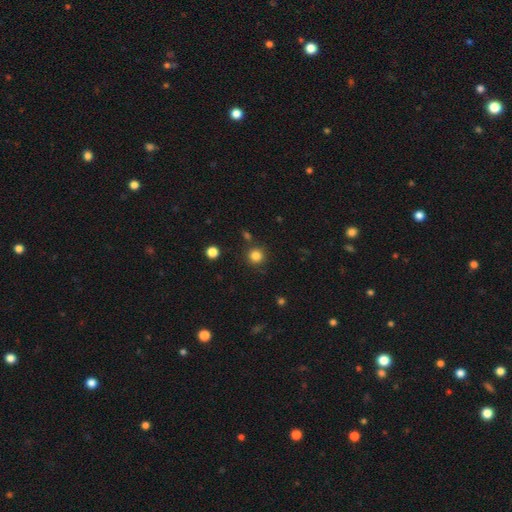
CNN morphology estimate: A smooth galaxy with no disk features (83%) that is round (94%). Merging: none (87%).